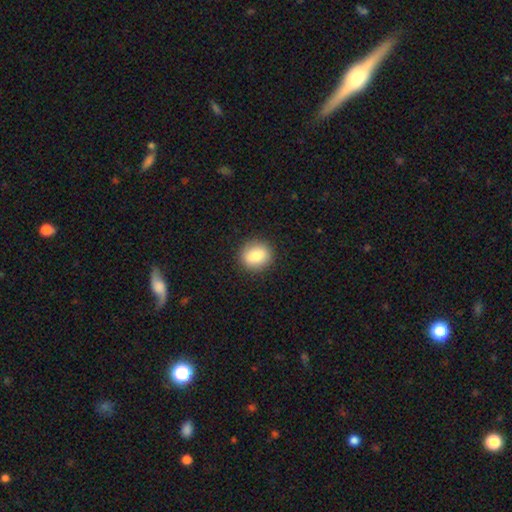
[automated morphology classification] Q: Smooth or featured?
A: smooth (83%); runner-up: featured or disk (9%)
Q: How rounded?
A: round (78%); runner-up: in between (21%)
Q: Merging?
A: none (90%); runner-up: minor disturbance (7%)